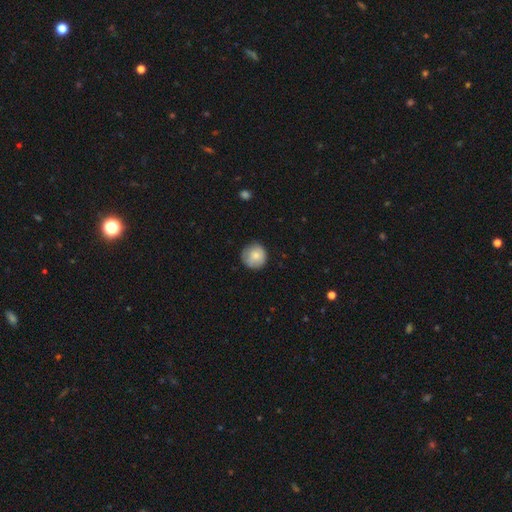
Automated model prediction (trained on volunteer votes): A smooth galaxy with no disk features (79%) that is round (93%). Merging: none (82%).